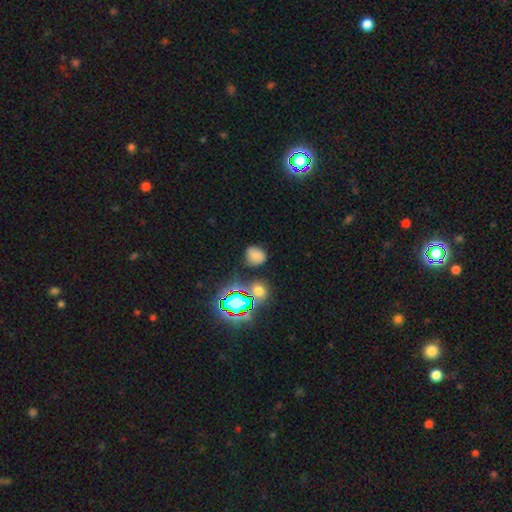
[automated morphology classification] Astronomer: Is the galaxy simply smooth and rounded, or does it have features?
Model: smooth — 68%.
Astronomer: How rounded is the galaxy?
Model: round — 66%.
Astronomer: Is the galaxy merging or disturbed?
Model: none — 73%.